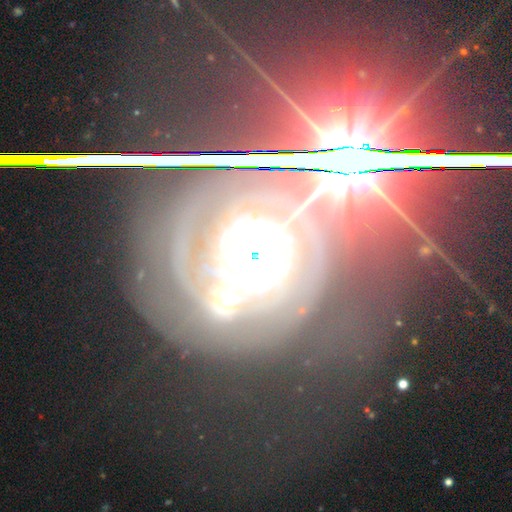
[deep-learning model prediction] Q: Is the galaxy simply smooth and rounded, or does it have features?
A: featured or disk — 67%.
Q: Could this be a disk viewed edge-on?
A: no — 95%.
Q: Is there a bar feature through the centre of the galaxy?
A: no — 70%.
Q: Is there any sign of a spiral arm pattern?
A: yes — 89%.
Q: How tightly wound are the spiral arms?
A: tight — 72%.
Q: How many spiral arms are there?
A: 2 — 31%.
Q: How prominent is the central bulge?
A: moderate — 59%.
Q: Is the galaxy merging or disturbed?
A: none — 63%.